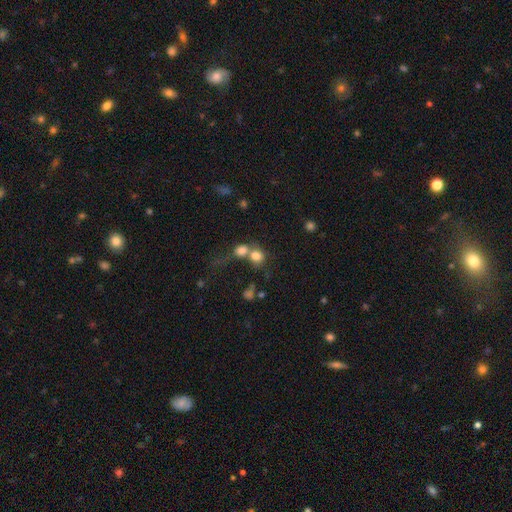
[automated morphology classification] This is likely a smooth galaxy (77%). How rounded: likely round (72%). Merging: possibly merger (55%).